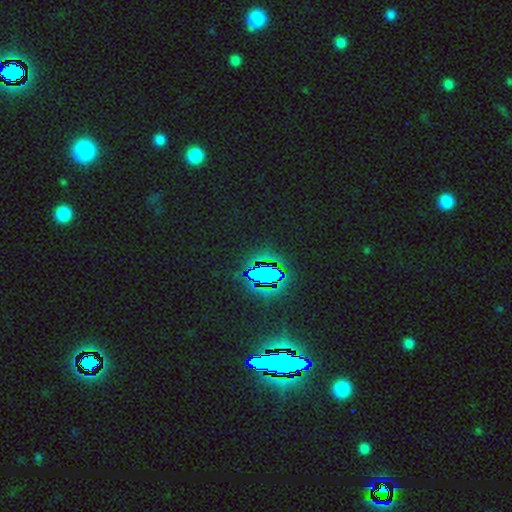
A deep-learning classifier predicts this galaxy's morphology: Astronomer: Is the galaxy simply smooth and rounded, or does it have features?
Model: star or artifact — 83%.